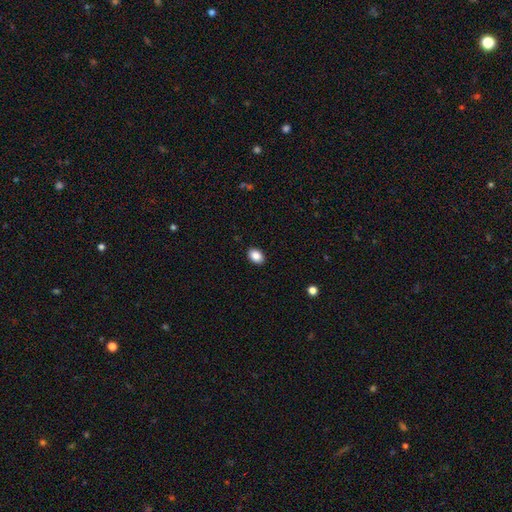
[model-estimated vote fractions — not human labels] The model was most divided on "how rounded": in between: 76%, round: 23%, cigar-shaped: 1%. More confident: merging — none (91%); smooth or featured — smooth (87%).